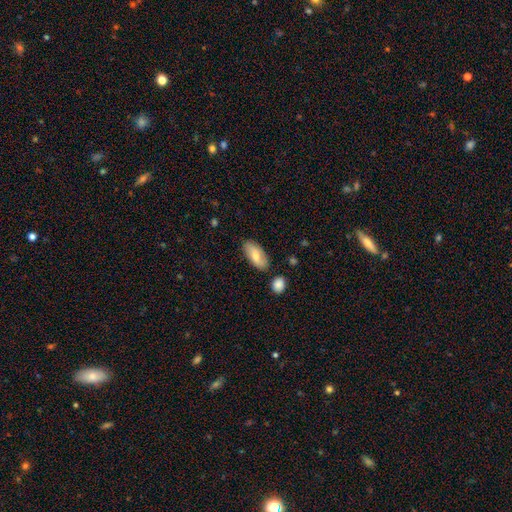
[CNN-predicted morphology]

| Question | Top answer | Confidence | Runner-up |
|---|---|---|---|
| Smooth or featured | smooth | 72% | featured or disk (22%) |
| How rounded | in between | 89% | cigar-shaped (8%) |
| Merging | none | 79% | minor disturbance (15%) |